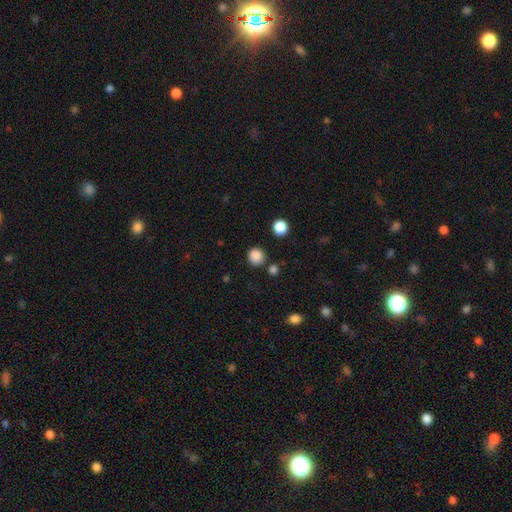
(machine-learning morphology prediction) A smooth galaxy with no disk features (86%) that is round (92%).

Vote fractions:
- Smooth or featured? smooth: 86% / star or artifact: 11% / featured or disk: 3%
- How rounded? round: 92% / in between: 7% / cigar-shaped: 1%
- Merging? none: 85% / minor disturbance: 8% / merger: 5% / major disturbance: 3%